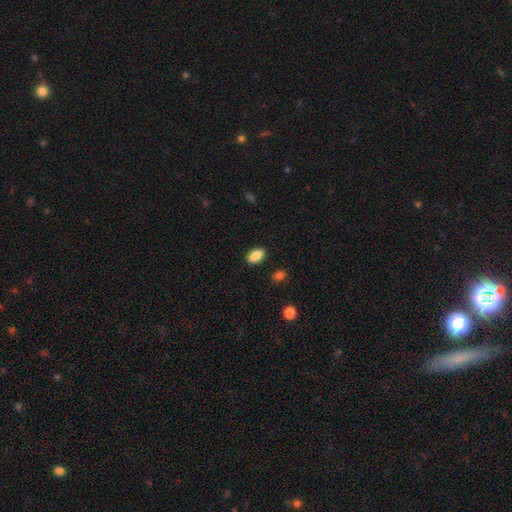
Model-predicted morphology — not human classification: Smooth or featured? smooth (87%)
How rounded? in between (89%)
Merging? none (88%)